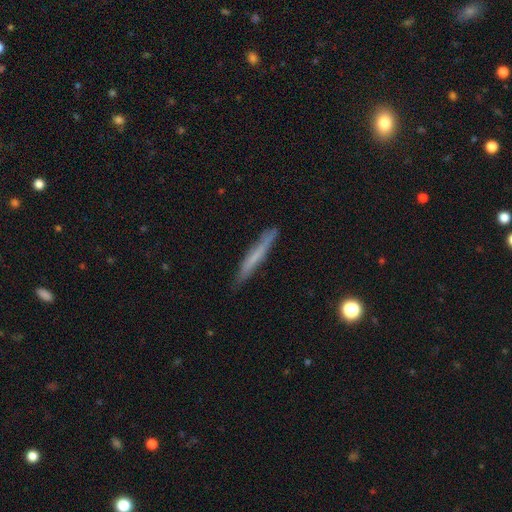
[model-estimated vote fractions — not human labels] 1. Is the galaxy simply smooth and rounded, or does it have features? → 54% smooth, 38% featured or disk, 7% star or artifact.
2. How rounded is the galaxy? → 95% cigar-shaped, 3% in between, 1% round.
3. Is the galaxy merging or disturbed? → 83% none, 13% minor disturbance, 2% major disturbance, 1% merger.